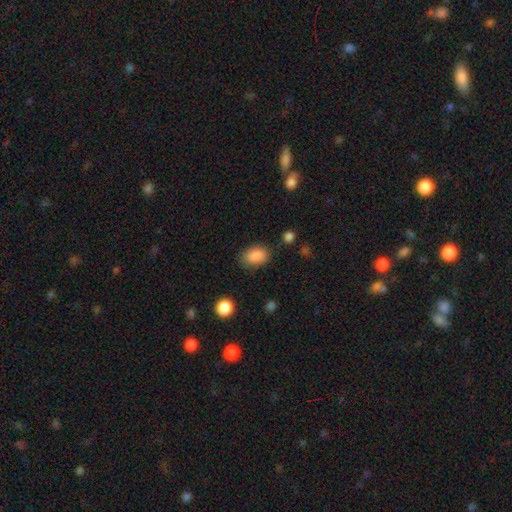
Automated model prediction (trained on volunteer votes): smooth 87%, star or artifact 8%, featured or disk 5%. Down the decision tree: how rounded — in between (84%); merging — none (77%).